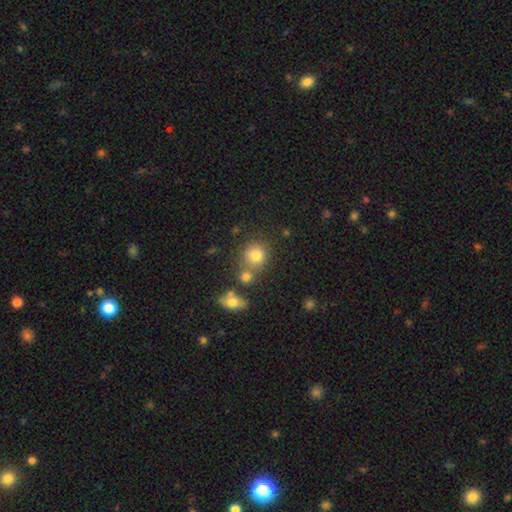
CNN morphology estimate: smooth_or_featured: smooth (p=0.79) [alt: star or artifact p=0.12]
how_rounded: round (p=0.80) [alt: in between p=0.19]
merging: none (p=0.58) [alt: merger p=0.26]